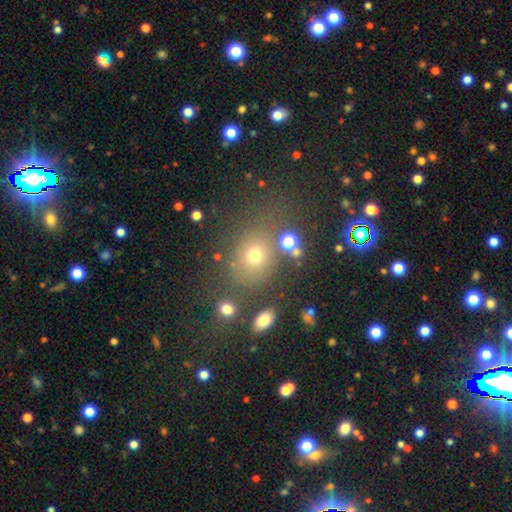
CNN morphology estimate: Smooth or featured? Predicted: smooth (p=0.64). How rounded? Predicted: round (p=0.59). Merging? Predicted: none (p=0.70).